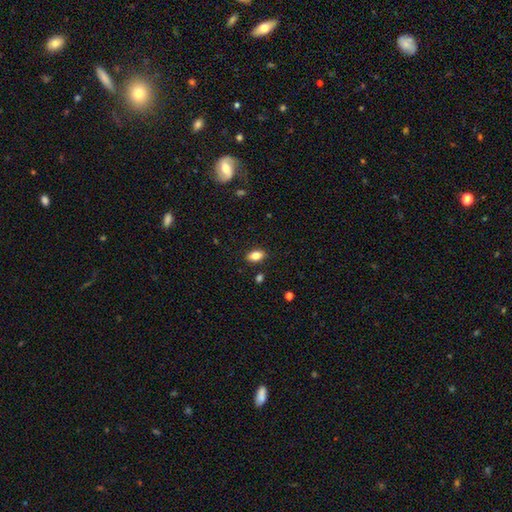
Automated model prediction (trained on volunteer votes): Smooth or featured? smooth (81%)
How rounded? in between (89%)
Merging? none (87%)